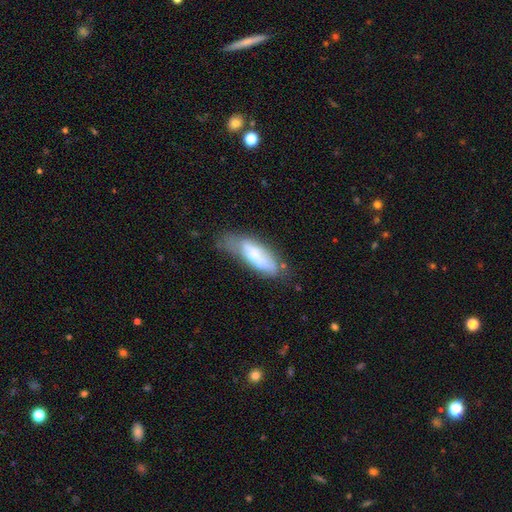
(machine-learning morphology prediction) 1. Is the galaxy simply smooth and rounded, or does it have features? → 52% smooth, 40% featured or disk, 7% star or artifact.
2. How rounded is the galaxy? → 62% in between, 36% cigar-shaped, 2% round.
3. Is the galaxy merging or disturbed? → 43% none, 30% minor disturbance, 16% major disturbance, 10% merger.